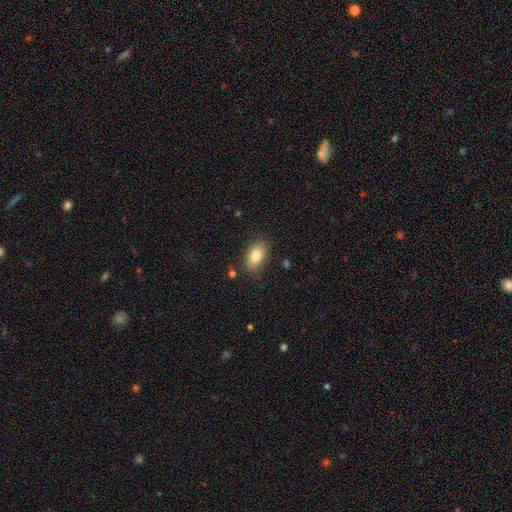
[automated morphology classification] smooth-or-featured: smooth: 83% | featured or disk: 9% | star or artifact: 8%
  how-rounded: in between: 90% | round: 7% | cigar-shaped: 3%
  merging: none: 84% | minor disturbance: 11% | major disturbance: 3% | merger: 2%